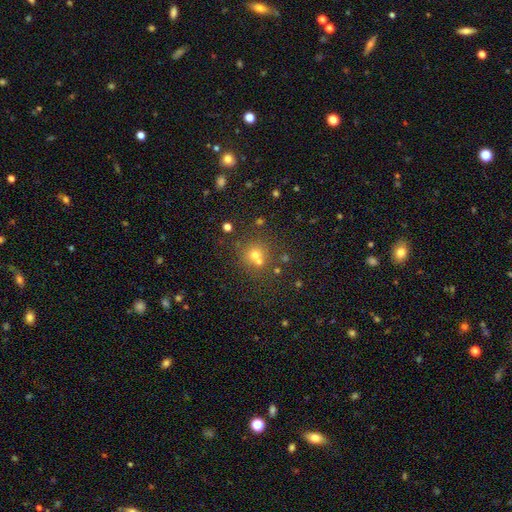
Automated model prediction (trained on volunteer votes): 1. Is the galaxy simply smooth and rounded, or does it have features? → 59% smooth, 26% star or artifact, 14% featured or disk.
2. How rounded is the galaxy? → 86% round, 13% in between, 1% cigar-shaped.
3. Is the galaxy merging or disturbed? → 56% none, 32% merger, 8% minor disturbance, 4% major disturbance.